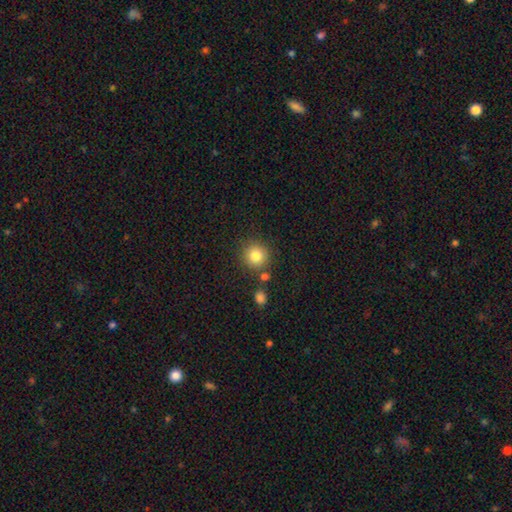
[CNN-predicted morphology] smooth_or_featured: smooth (p=0.82) [alt: star or artifact p=0.11]
how_rounded: round (p=0.93) [alt: in between p=0.07]
merging: none (p=0.81) [alt: minor disturbance p=0.08]